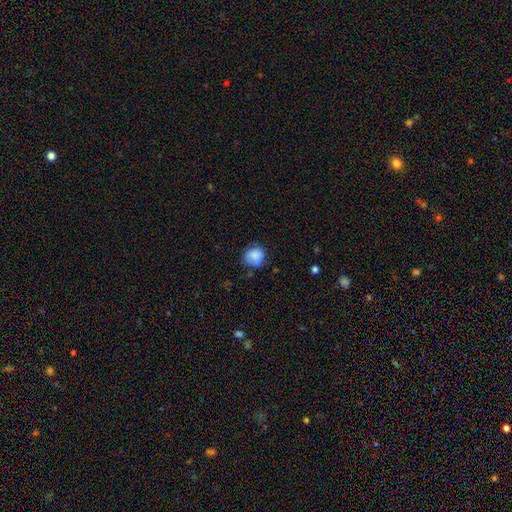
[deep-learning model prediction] Overall: smooth (85%). How rounded: round (83%). Merging: none (66%).